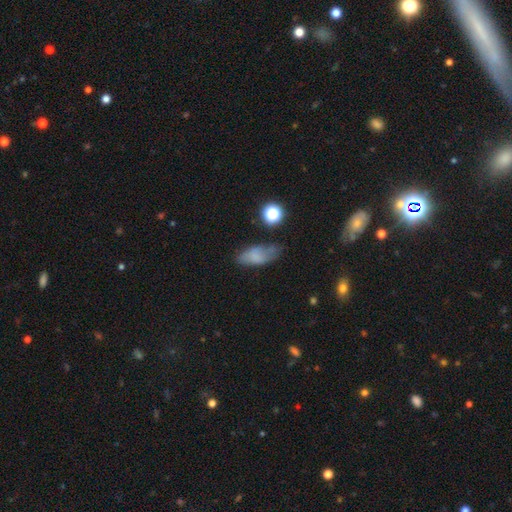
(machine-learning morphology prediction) Smooth or featured? smooth (68%)
How rounded? in between (81%)
Merging? none (55%)